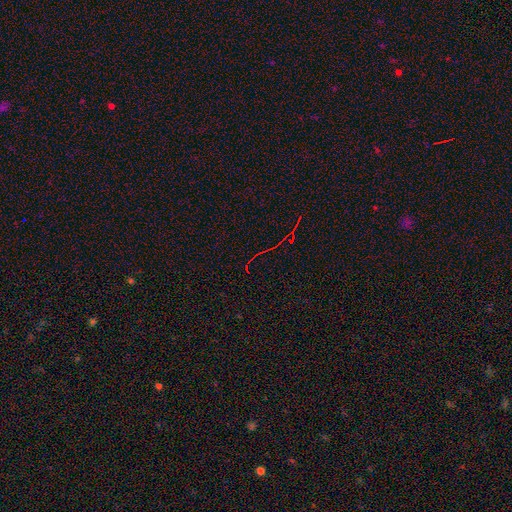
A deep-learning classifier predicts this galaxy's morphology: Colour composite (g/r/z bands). It shows a star or artifact, not a galaxy (79%).